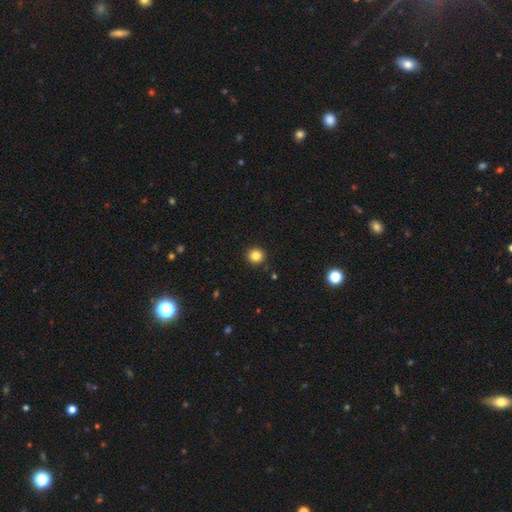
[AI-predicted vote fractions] smooth 84%, star or artifact 11%, featured or disk 5%. Down the decision tree: how rounded — round (91%); merging — none (91%).